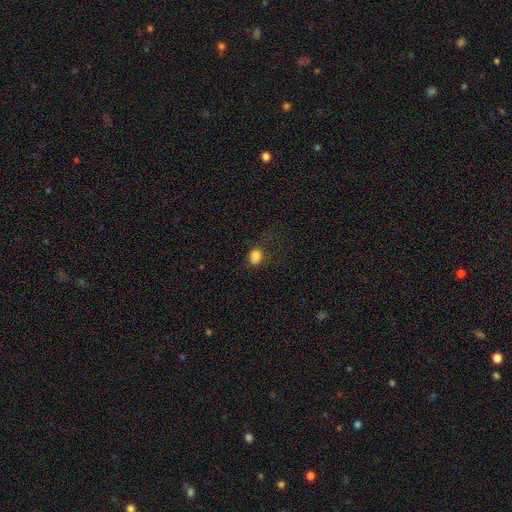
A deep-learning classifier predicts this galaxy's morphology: Smooth or featured? Predicted: smooth (p=0.80). How rounded? Predicted: round (p=0.51). Merging? Predicted: none (p=0.52).